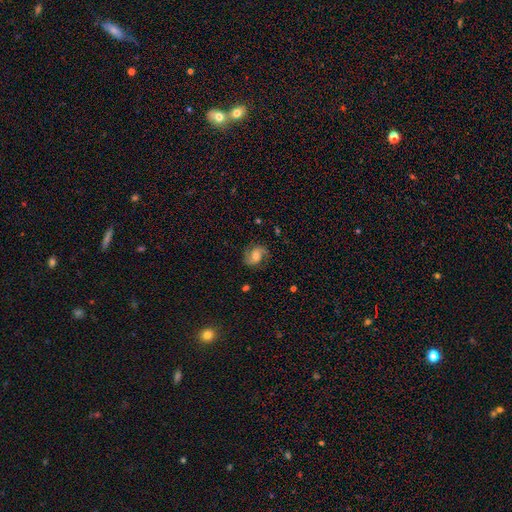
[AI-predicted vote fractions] featured or disk 73%, smooth 19%, star or artifact 8%. Down the decision tree: edge-on disk — no (97%); bar — no (55%); spiral arms — yes (95%); spiral arm count — 2 (90%); spiral winding — medium (49%); bulge size — moderate (51%); merging — none (78%).